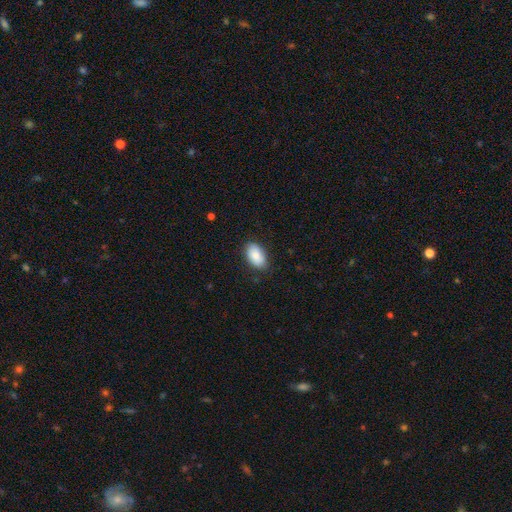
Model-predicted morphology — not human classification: A smooth galaxy with no disk features (86%) that is in between round and cigar-shaped (93%). Merging: none (82%).